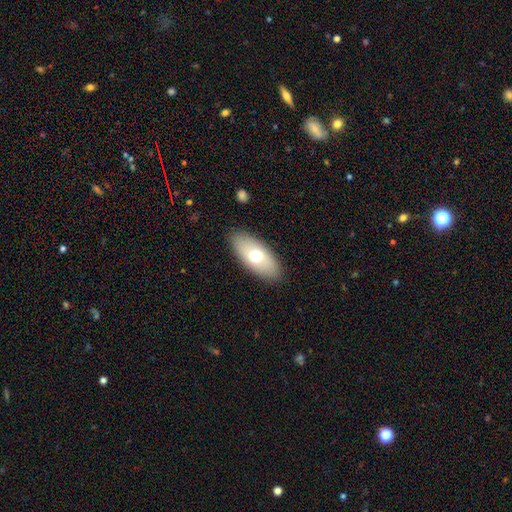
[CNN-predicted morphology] smooth-or-featured: smooth: 67% | featured or disk: 27% | star or artifact: 6%
  how-rounded: in between: 88% | cigar-shaped: 9% | round: 3%
  merging: none: 88% | minor disturbance: 8% | major disturbance: 2% | merger: 1%